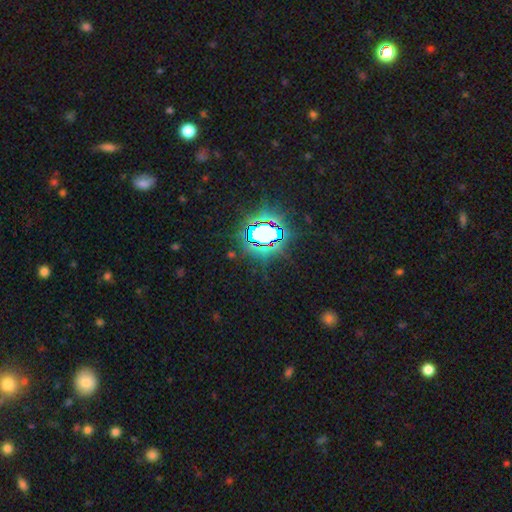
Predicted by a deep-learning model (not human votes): star or artifact 80%, smooth 12%, featured or disk 8%.